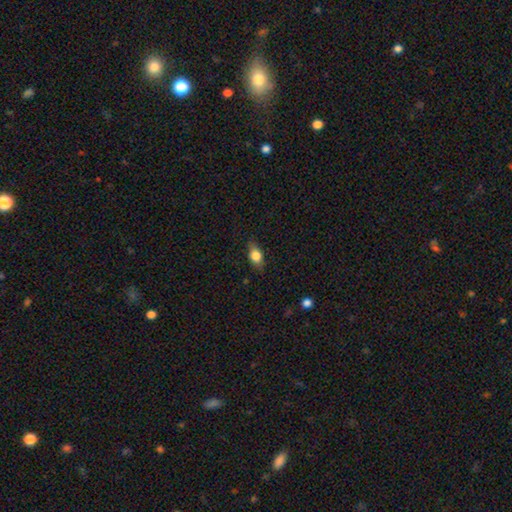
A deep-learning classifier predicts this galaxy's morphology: A smooth galaxy with no disk features (74%) that is in between round and cigar-shaped (76%).

Vote fractions:
- Smooth or featured? smooth: 74% / featured or disk: 18% / star or artifact: 8%
- How rounded? in between: 76% / round: 15% / cigar-shaped: 8%
- Merging? none: 81% / minor disturbance: 15% / major disturbance: 3% / merger: 1%